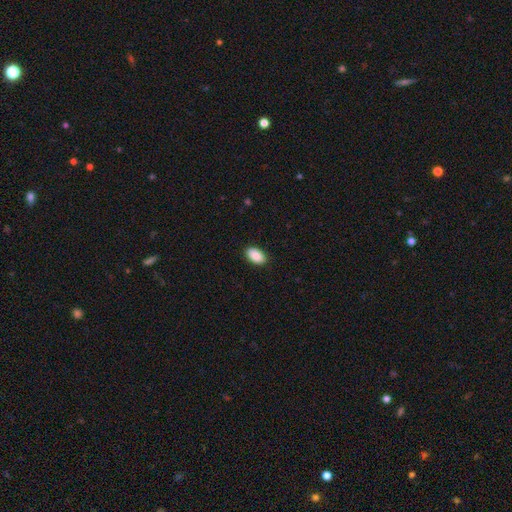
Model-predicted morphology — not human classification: This is clearly a smooth galaxy (88%). How rounded: clearly in between (92%). Merging: clearly none (89%).